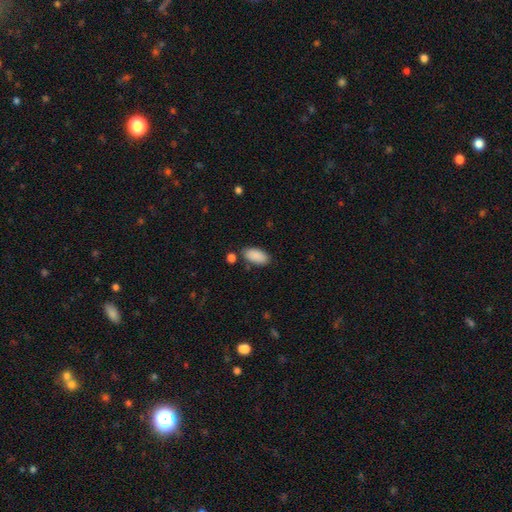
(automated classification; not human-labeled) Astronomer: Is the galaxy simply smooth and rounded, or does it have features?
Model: smooth — 89%.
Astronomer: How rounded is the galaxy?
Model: in between — 94%.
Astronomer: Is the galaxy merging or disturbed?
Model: none — 79%.